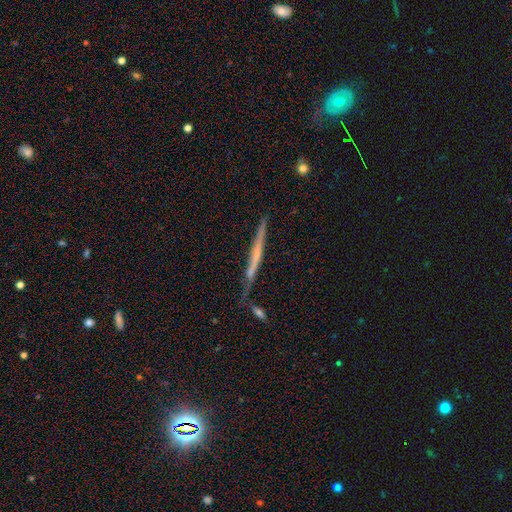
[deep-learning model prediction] This appears to be a featured or disk galaxy (61%) viewed edge-on (96%) with no central bulge (70%). Merging: none (71%).